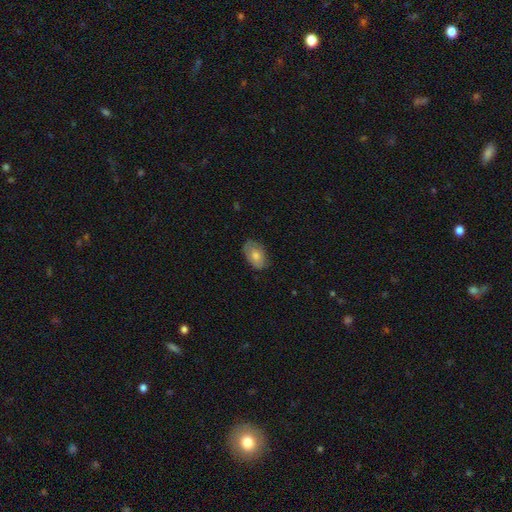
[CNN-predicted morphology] This appears to be a smooth galaxy with no disk features (69%) that is in between round and cigar-shaped (89%). Merging: none (79%).